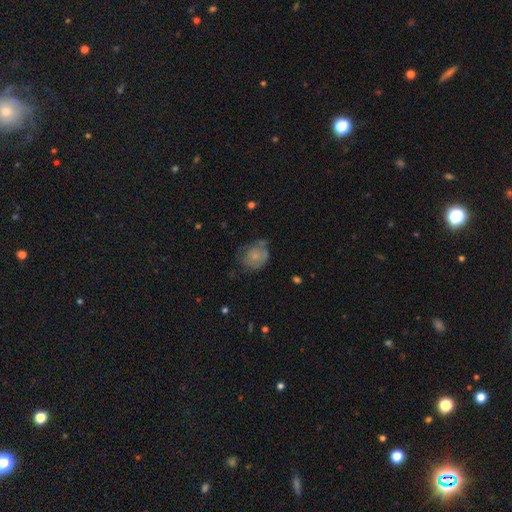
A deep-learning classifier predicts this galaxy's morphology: A smooth galaxy with no disk features (57%) that is round (55%).

Vote fractions:
- Smooth or featured? smooth: 57% / featured or disk: 34% / star or artifact: 9%
- How rounded? round: 55% / in between: 44% / cigar-shaped: 1%
- Merging? none: 44% / minor disturbance: 33% / major disturbance: 19% / merger: 3%